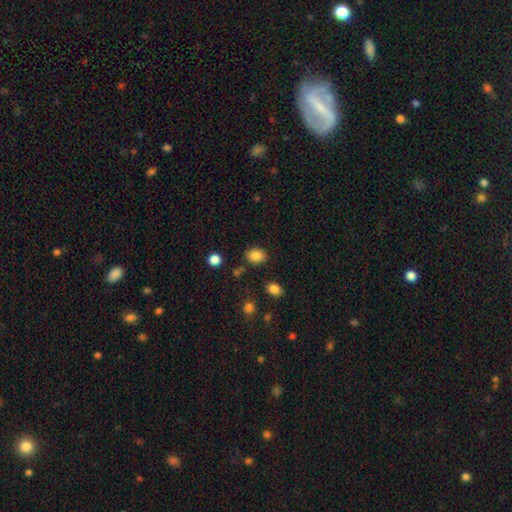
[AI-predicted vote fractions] Morphology: type=smooth (85%); roundness=in between (64%); merging=none (82%).